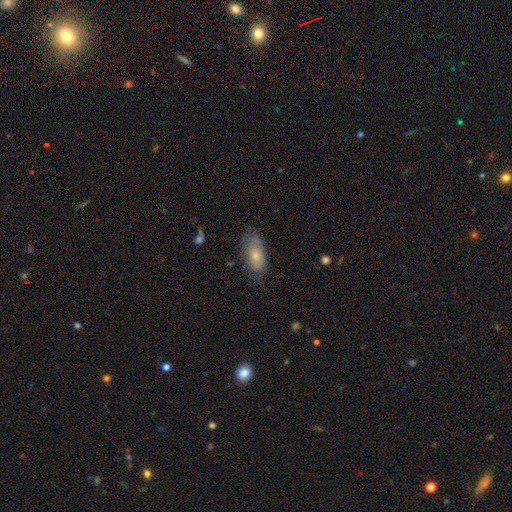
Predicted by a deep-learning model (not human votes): Smooth or featured: smooth — 67% (featured or disk — 26%)
How rounded: in between — 89% (cigar-shaped — 7%)
Merging: none — 66% (minor disturbance — 24%)